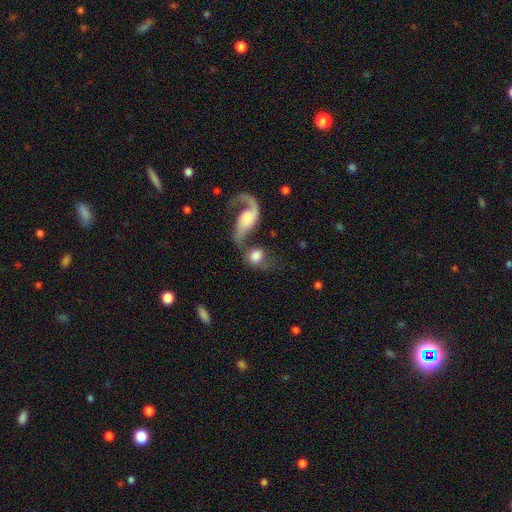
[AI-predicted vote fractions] This is possibly a smooth galaxy (58%). How rounded: possibly round (57%). Merging: possibly merger (48%).